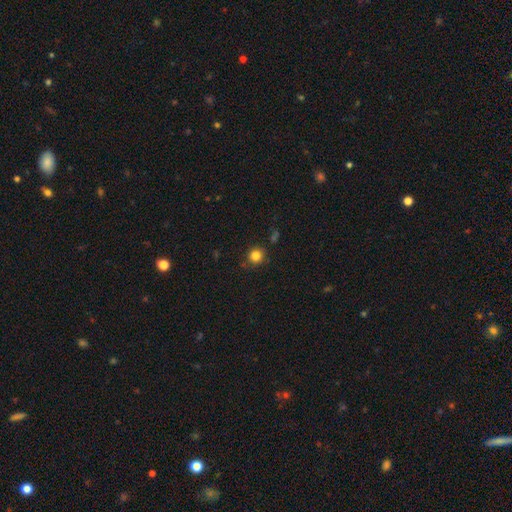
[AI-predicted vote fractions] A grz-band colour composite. It shows a smooth galaxy with no disk features (83%) that is round (90%). Merging: none (83%).